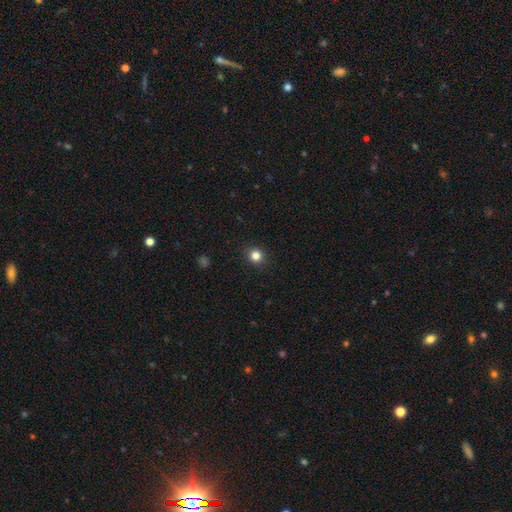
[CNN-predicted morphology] This is clearly a smooth galaxy (82%). How rounded: clearly round (89%). Merging: clearly none (91%).